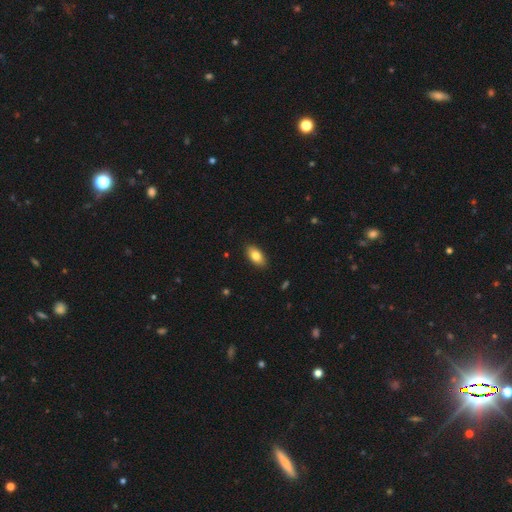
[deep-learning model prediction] smooth-or-featured: smooth: 82% | featured or disk: 11% | star or artifact: 7%
  how-rounded: in between: 92% | cigar-shaped: 4% | round: 4%
  merging: none: 89% | minor disturbance: 8% | major disturbance: 2% | merger: 1%